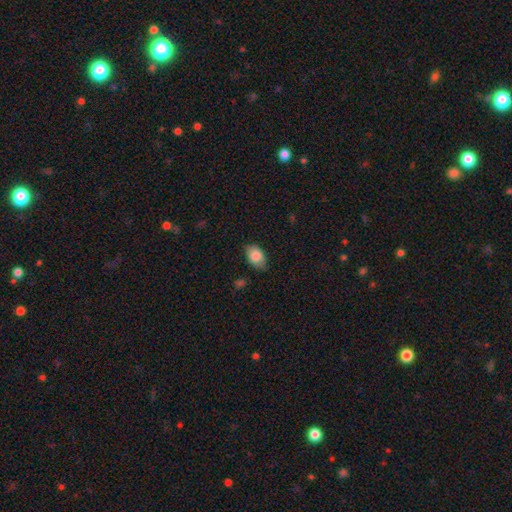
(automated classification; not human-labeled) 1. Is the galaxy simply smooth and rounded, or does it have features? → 85% smooth, 8% featured or disk, 7% star or artifact.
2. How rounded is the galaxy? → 87% in between, 11% round, 1% cigar-shaped.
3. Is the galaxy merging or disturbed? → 78% none, 18% minor disturbance, 3% major disturbance, 1% merger.